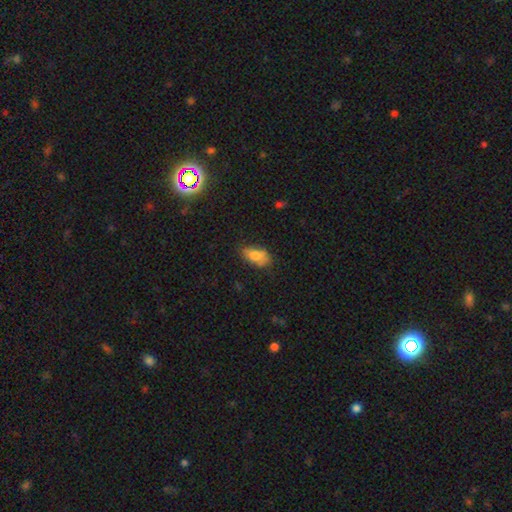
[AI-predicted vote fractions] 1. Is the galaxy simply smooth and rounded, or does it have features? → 73% smooth, 17% featured or disk, 9% star or artifact.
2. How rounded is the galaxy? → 89% in between, 6% round, 5% cigar-shaped.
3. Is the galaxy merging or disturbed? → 57% none, 29% minor disturbance, 10% major disturbance, 4% merger.